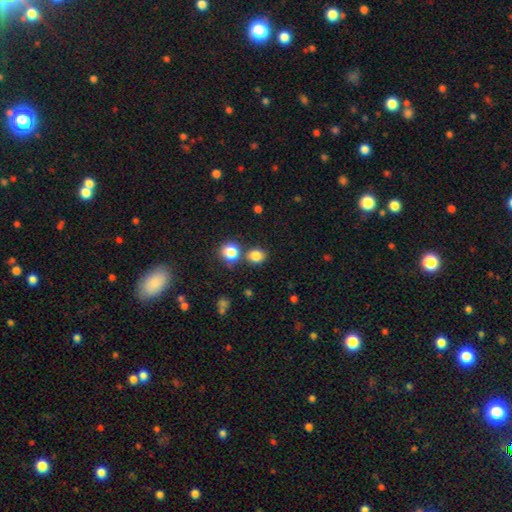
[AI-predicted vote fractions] Smooth or featured?
  - smooth: 82% *
  - star or artifact: 12%
  - featured or disk: 6%
How rounded?
  - round: 72% *
  - in between: 27%
  - cigar-shaped: 1%
Merging?
  - none: 66% *
  - merger: 21%
  - minor disturbance: 10%
  - major disturbance: 3%